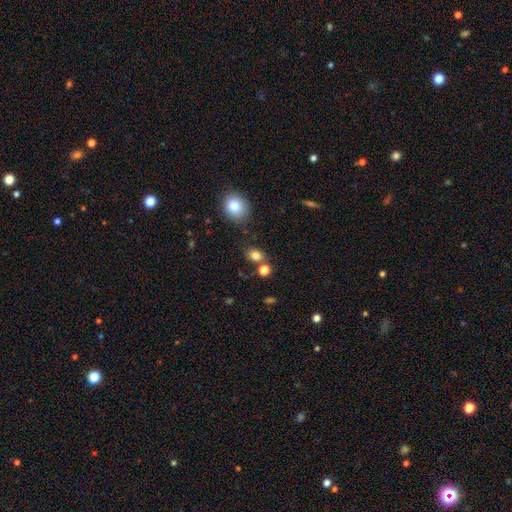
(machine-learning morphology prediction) Overall: smooth (81%). How rounded: round (51%; in between 47%). Merging: none (70%).